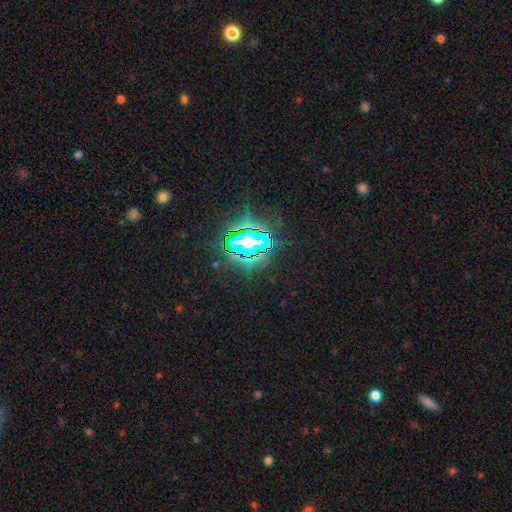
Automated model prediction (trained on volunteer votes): smooth-or-featured: star or artifact: 75% | smooth: 13% | featured or disk: 12%